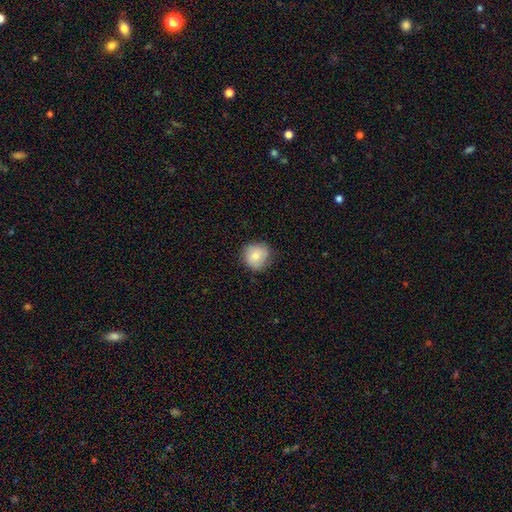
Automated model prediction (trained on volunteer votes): Smooth or featured?
  - smooth: 80% *
  - featured or disk: 11%
  - star or artifact: 8%
How rounded?
  - round: 90% *
  - in between: 9%
  - cigar-shaped: 1%
Merging?
  - none: 80% *
  - minor disturbance: 16%
  - major disturbance: 3%
  - merger: 1%